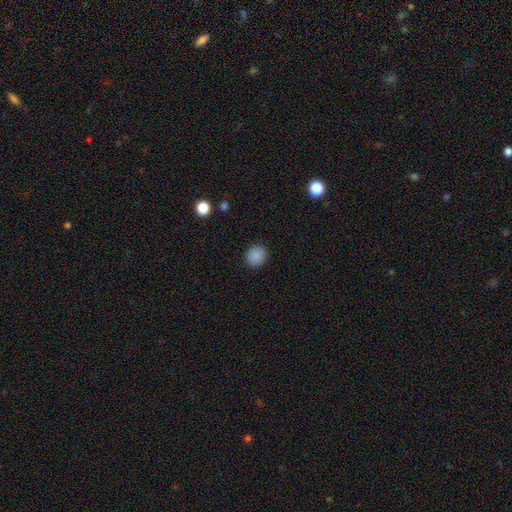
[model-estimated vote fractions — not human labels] Morphology: type=smooth (87%); roundness=round (85%); merging=none (90%).